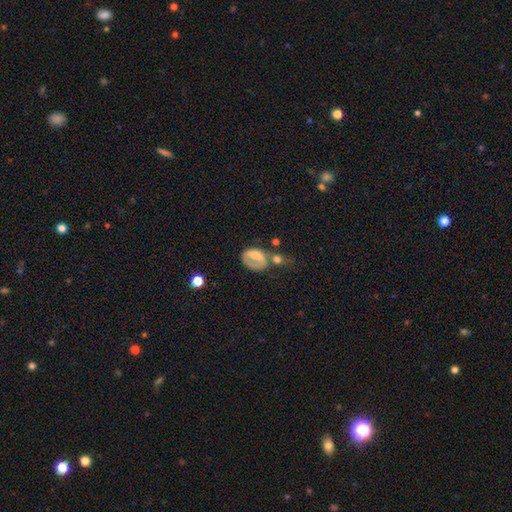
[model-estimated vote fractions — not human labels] Q: Smooth or featured?
A: smooth (50%); runner-up: featured or disk (39%)
Q: How rounded?
A: in between (74%); runner-up: round (24%)
Q: Merging?
A: none (34%); runner-up: major disturbance (26%)